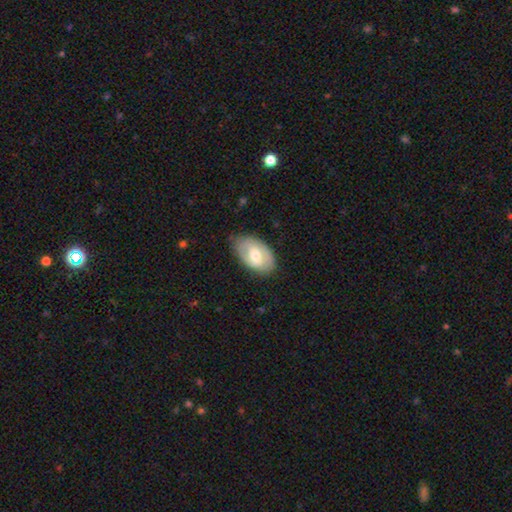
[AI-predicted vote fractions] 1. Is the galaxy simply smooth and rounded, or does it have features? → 54% smooth, 40% featured or disk, 6% star or artifact.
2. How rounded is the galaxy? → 92% in between, 7% round, 1% cigar-shaped.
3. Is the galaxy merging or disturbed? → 75% none, 19% minor disturbance, 4% major disturbance, 1% merger.